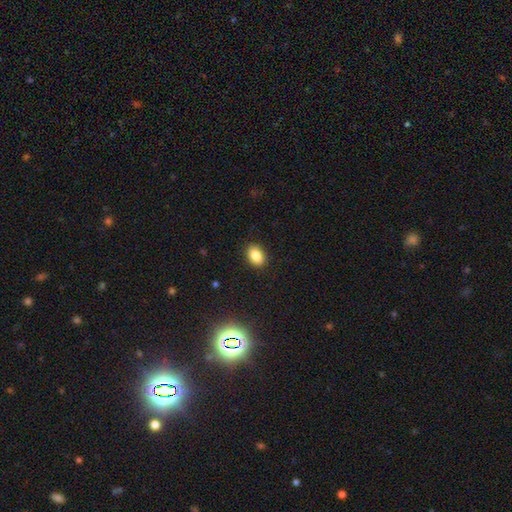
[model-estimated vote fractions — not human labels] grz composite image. It shows a smooth galaxy with no disk features (84%) that is in between round and cigar-shaped (80%). Merging: none (89%).